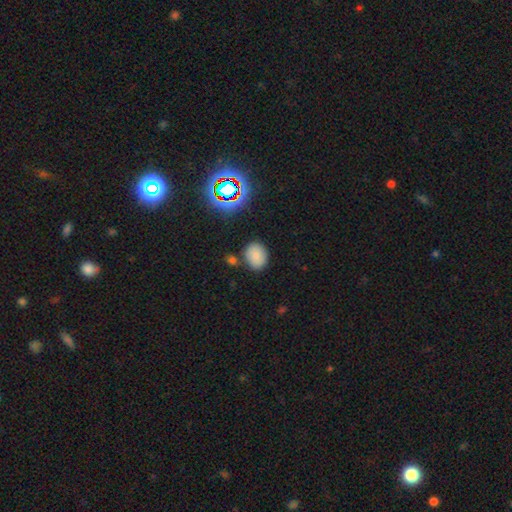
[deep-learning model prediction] Smooth or featured? Predicted: smooth (p=0.78). How rounded? Predicted: in between (p=0.52). Merging? Predicted: none (p=0.76).